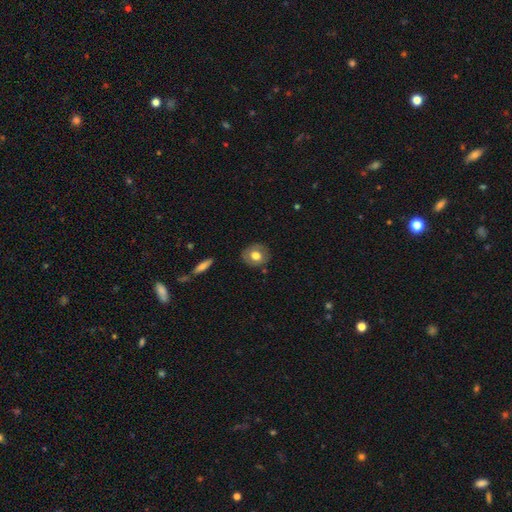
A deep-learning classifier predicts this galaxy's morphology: Smooth or featured? Predicted: smooth (p=0.63). How rounded? Predicted: round (p=0.73). Merging? Predicted: none (p=0.84).